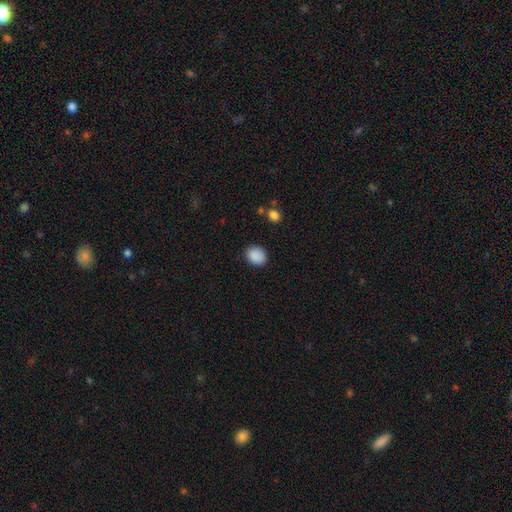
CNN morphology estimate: smooth-or-featured: smooth: 89% | star or artifact: 8% | featured or disk: 3%
  how-rounded: round: 56% | in between: 43% | cigar-shaped: 1%
  merging: none: 85% | minor disturbance: 11% | major disturbance: 3% | merger: 1%